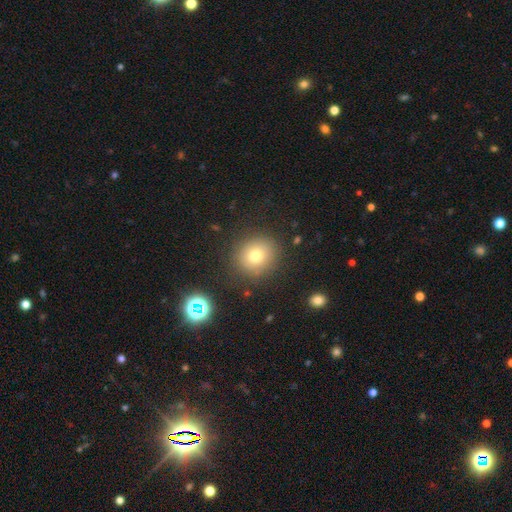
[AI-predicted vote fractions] Overall: smooth (73%). How rounded: round (84%). Merging: none (86%).